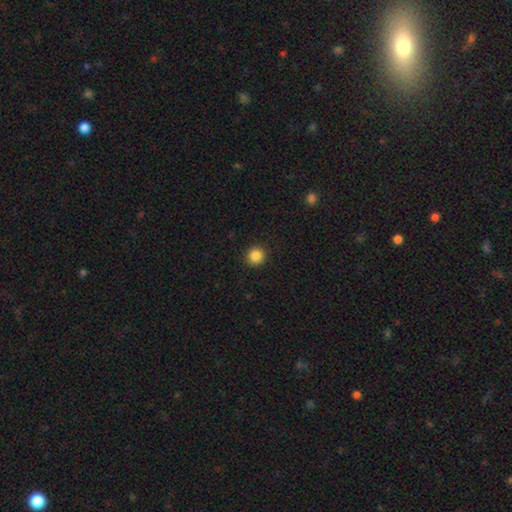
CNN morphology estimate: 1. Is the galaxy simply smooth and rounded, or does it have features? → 86% smooth, 10% star or artifact, 3% featured or disk.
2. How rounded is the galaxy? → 93% round, 6% in between, 1% cigar-shaped.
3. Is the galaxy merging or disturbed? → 92% none, 5% minor disturbance, 2% major disturbance, 1% merger.